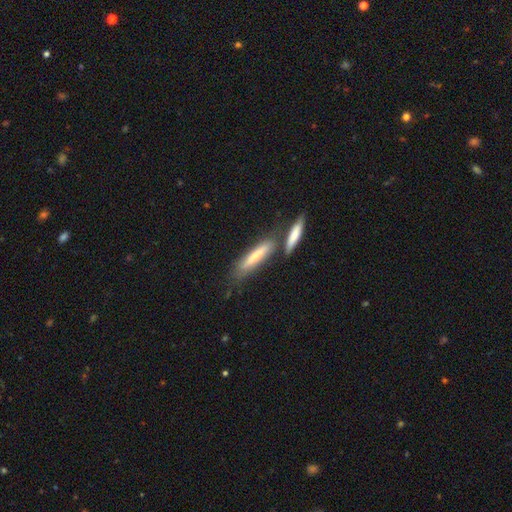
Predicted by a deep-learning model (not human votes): smooth-or-featured: smooth: 48% | featured or disk: 42% | star or artifact: 10%
  merging: none: 52% | merger: 32% | minor disturbance: 11% | major disturbance: 4%